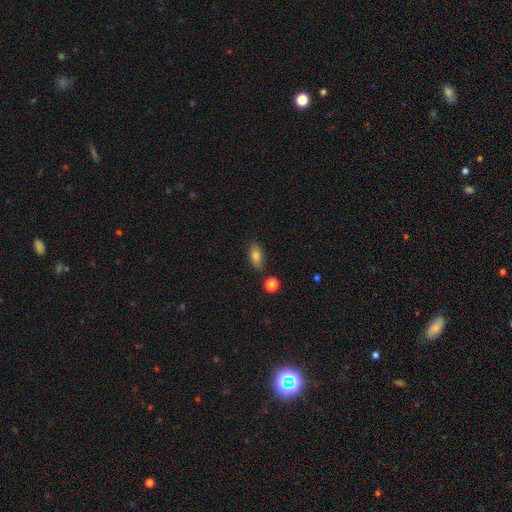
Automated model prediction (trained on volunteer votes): Smooth or featured? Predicted: smooth (p=0.84). How rounded? Predicted: in between (p=0.88). Merging? Predicted: none (p=0.83).